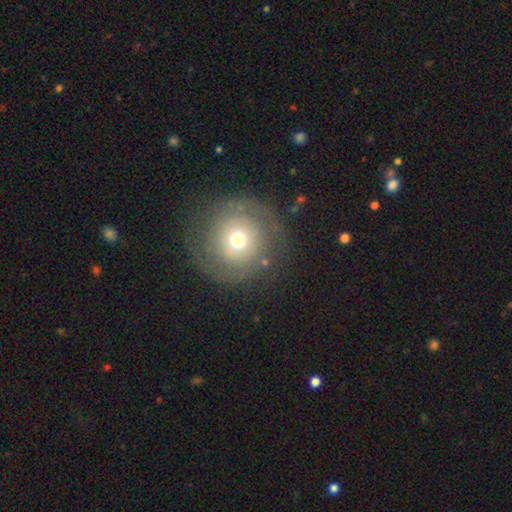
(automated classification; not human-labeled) smooth_or_featured: featured or disk (p=0.51) [alt: smooth p=0.37]
disk_edge_on: no (p=0.96) [alt: yes p=0.04]
merging: none (p=0.80) [alt: minor disturbance p=0.11]